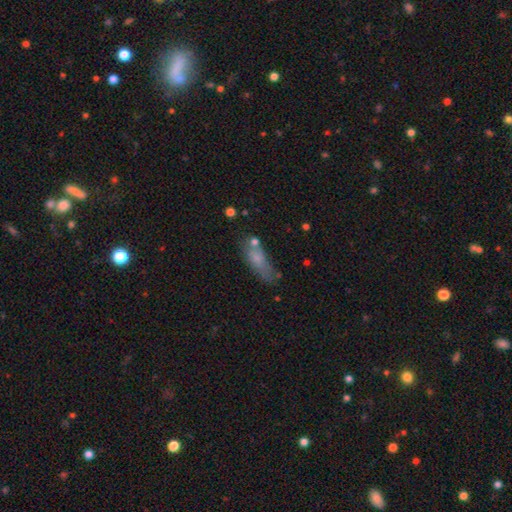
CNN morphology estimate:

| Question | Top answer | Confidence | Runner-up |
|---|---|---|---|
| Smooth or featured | smooth | 64% | featured or disk (22%) |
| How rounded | in between | 50% | cigar-shaped (45%) |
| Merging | none | 53% | minor disturbance (24%) |